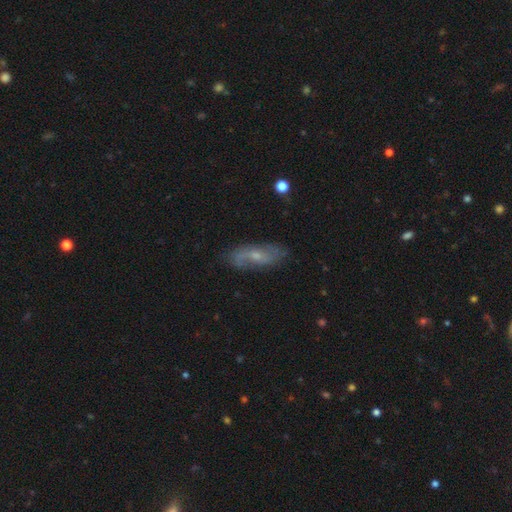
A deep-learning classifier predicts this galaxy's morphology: Q: Smooth or featured?
A: featured or disk (65%); runner-up: smooth (27%)
Q: Edge-on disk?
A: no (84%); runner-up: yes (16%)
Q: Bar?
A: no (55%); runner-up: weak (37%)
Q: Spiral arms?
A: yes (84%); runner-up: no (16%)
Q: Bulge size?
A: small (57%); runner-up: moderate (36%)
Q: Merging?
A: none (76%); runner-up: minor disturbance (17%)